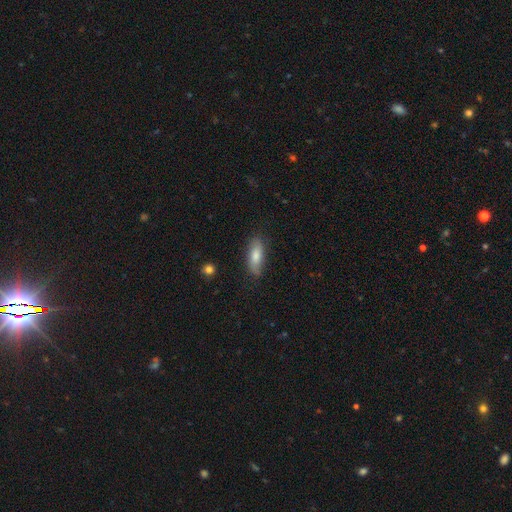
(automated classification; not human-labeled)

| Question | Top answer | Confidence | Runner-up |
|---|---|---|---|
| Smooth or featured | smooth | 69% | featured or disk (23%) |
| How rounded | in between | 62% | cigar-shaped (36%) |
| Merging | none | 79% | minor disturbance (17%) |